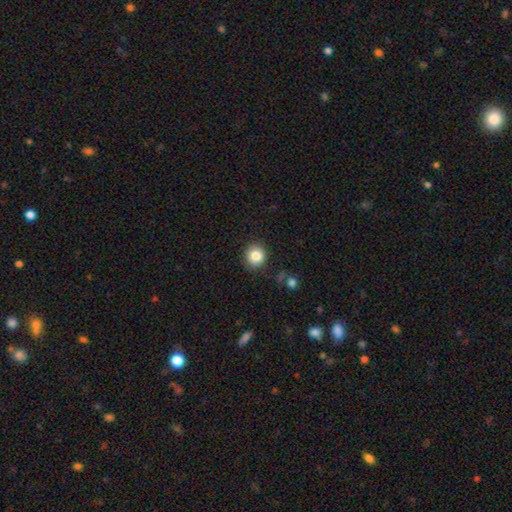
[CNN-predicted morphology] The model was most divided on "smooth or featured": smooth: 84%, star or artifact: 10%, featured or disk: 6%. More confident: how rounded — round (90%); merging — none (89%).